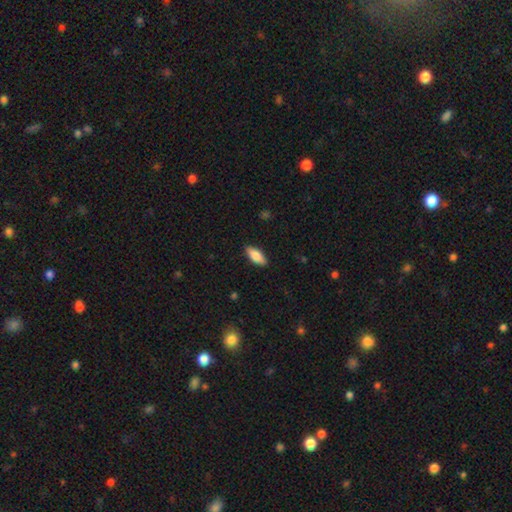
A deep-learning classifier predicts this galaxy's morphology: This appears to be a smooth galaxy with no disk features (80%) that is in between round and cigar-shaped (81%). Merging: none (89%).